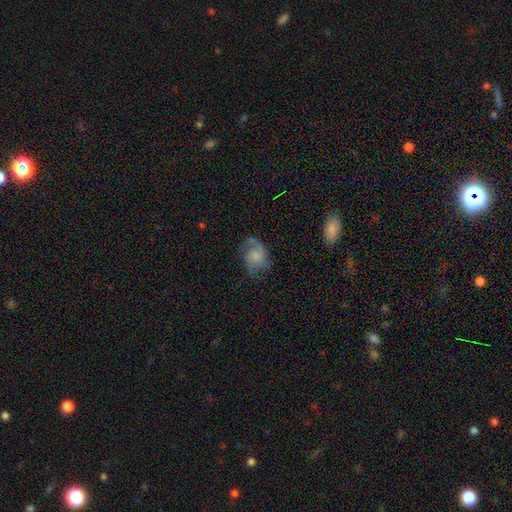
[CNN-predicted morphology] Smooth or featured? Predicted: featured or disk (p=0.62). Edge-on disk? Predicted: no (p=0.97). Bar? Predicted: no (p=0.66). Spiral arms? Predicted: yes (p=0.90). Spiral winding? Predicted: medium (p=0.47). Spiral arm count? Predicted: 2 (p=0.66). Bulge size? Predicted: none (p=0.37). Merging? Predicted: none (p=0.60).